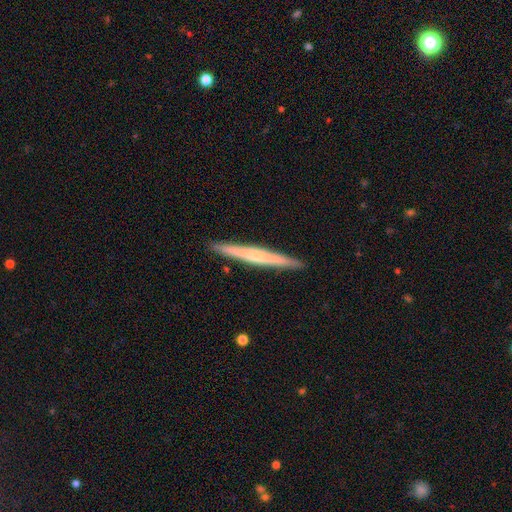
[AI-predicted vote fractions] Morphology: type=featured or disk (55%); edge-on=yes (97%); edge-on bulge=none (48%); merging=none (92%).